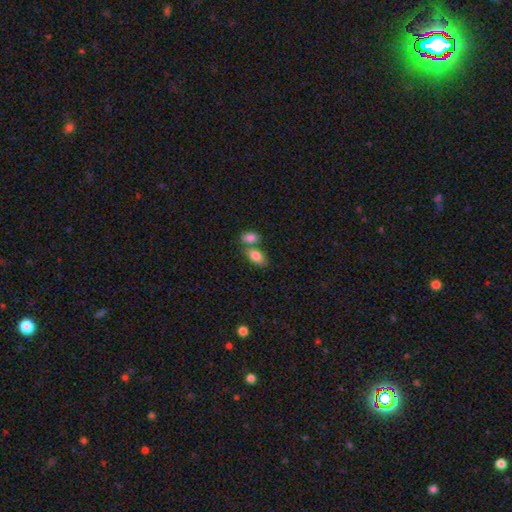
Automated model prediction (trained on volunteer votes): A smooth galaxy with no disk features (84%) that is in between round and cigar-shaped (90%). Merging: none (46%).